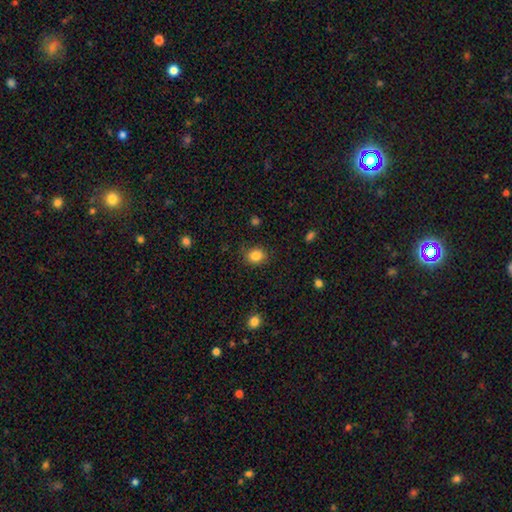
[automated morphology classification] This appears to be a smooth galaxy with no disk features (85%) that is round (63%). Merging: none (85%).